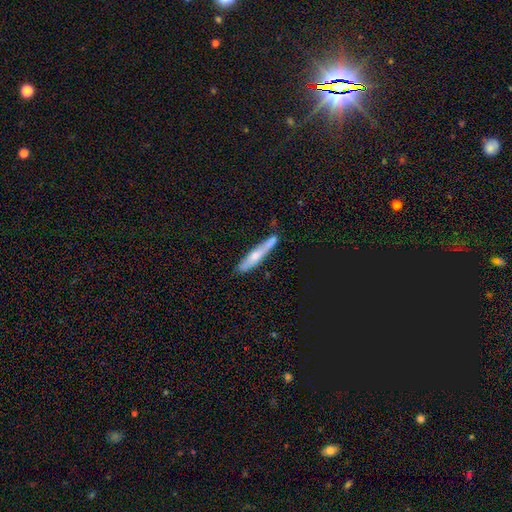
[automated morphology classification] Smooth or featured? smooth (55%)
How rounded? cigar-shaped (91%)
Merging? none (69%)